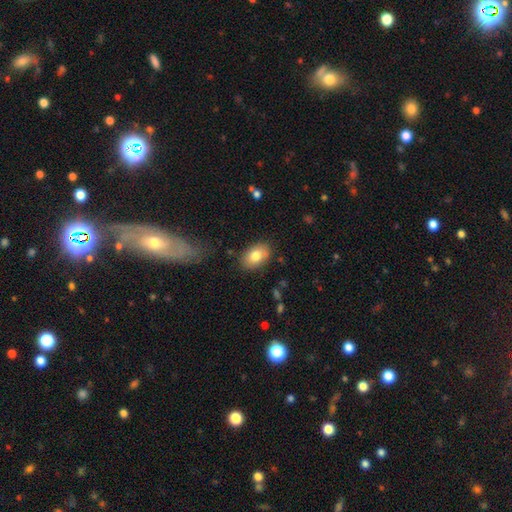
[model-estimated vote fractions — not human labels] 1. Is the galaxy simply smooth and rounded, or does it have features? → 79% smooth, 14% featured or disk, 7% star or artifact.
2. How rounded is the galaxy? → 88% in between, 11% round, 1% cigar-shaped.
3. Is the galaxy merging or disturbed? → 83% none, 12% minor disturbance, 3% major disturbance, 2% merger.